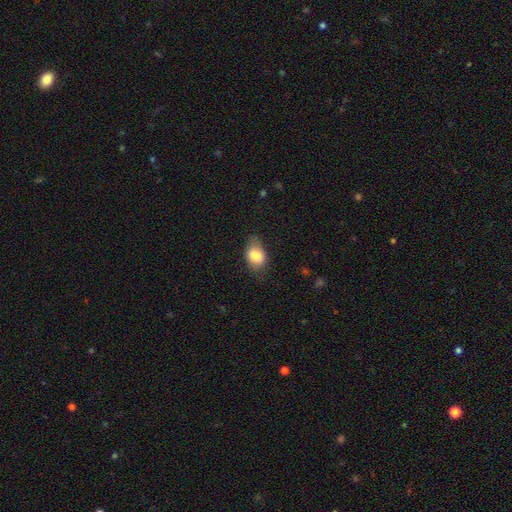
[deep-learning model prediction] smooth_or_featured: smooth (p=0.80) [alt: featured or disk p=0.12]
how_rounded: in between (p=0.75) [alt: round p=0.24]
merging: none (p=0.67) [alt: minor disturbance p=0.26]